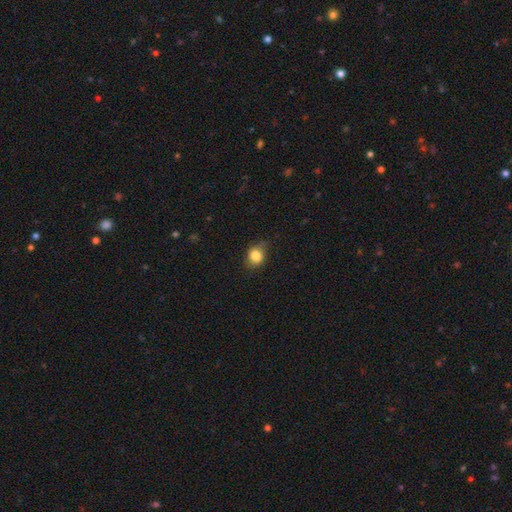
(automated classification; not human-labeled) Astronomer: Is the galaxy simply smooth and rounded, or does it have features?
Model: smooth — 84%.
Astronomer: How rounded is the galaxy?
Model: round — 65%.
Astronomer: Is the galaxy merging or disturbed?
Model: none — 74%.